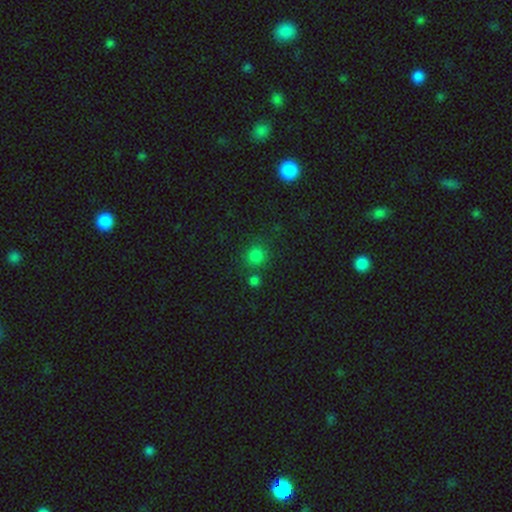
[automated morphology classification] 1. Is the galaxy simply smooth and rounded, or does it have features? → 78% smooth, 17% star or artifact, 5% featured or disk.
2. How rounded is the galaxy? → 90% round, 9% in between, 1% cigar-shaped.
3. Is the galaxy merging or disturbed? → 72% none, 13% merger, 10% minor disturbance, 5% major disturbance.